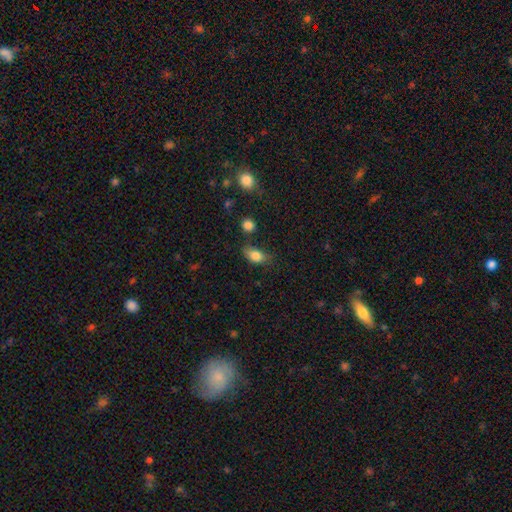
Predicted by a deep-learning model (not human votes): Smooth or featured?
  - smooth: 82% *
  - featured or disk: 9%
  - star or artifact: 9%
How rounded?
  - in between: 84% *
  - round: 12%
  - cigar-shaped: 4%
Merging?
  - none: 61% *
  - minor disturbance: 26%
  - major disturbance: 7%
  - merger: 6%